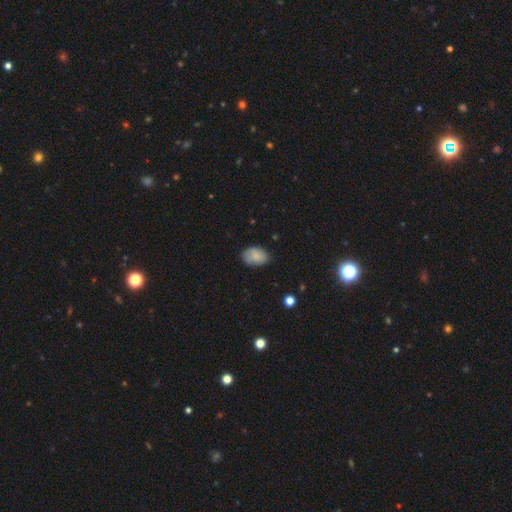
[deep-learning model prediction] This appears to be a smooth galaxy with no disk features (80%) that is in between round and cigar-shaped (86%). Merging: none (75%).